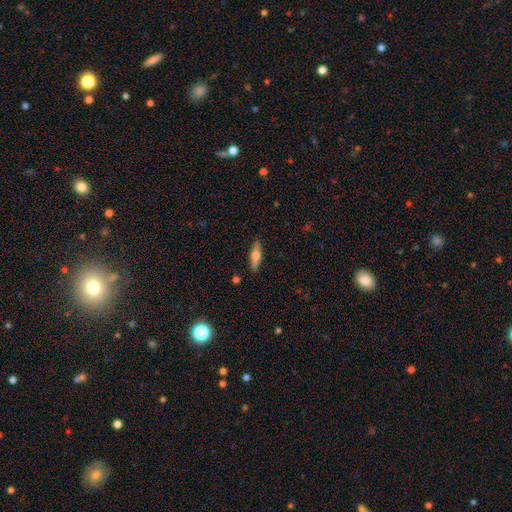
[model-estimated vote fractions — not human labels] A smooth galaxy with no disk features (49%). Merging: none (88%).